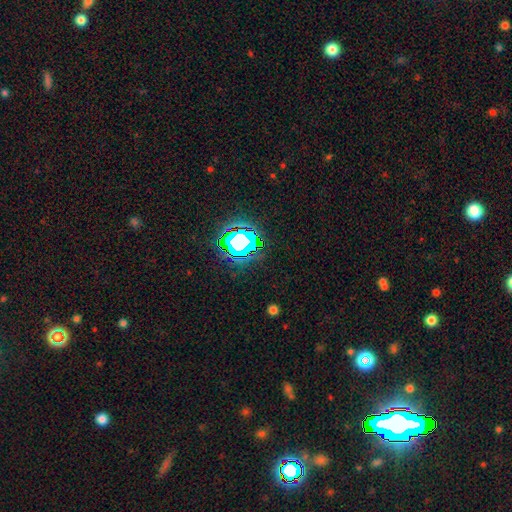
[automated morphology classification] smooth_or_featured: star or artifact (p=0.79) [alt: smooth p=0.13]